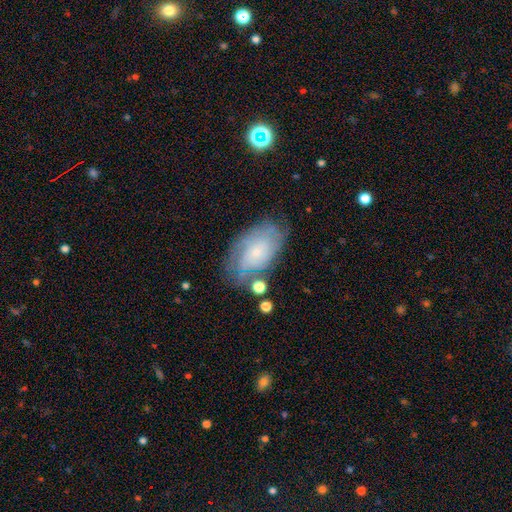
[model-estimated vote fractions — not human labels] Q: Smooth or featured?
A: featured or disk (57%); runner-up: smooth (32%)
Q: Edge-on disk?
A: no (94%); runner-up: yes (6%)
Q: Bar?
A: no (72%); runner-up: weak (23%)
Q: Spiral arms?
A: yes (83%); runner-up: no (17%)
Q: Bulge size?
A: small (65%); runner-up: moderate (22%)
Q: Merging?
A: none (70%); runner-up: minor disturbance (19%)